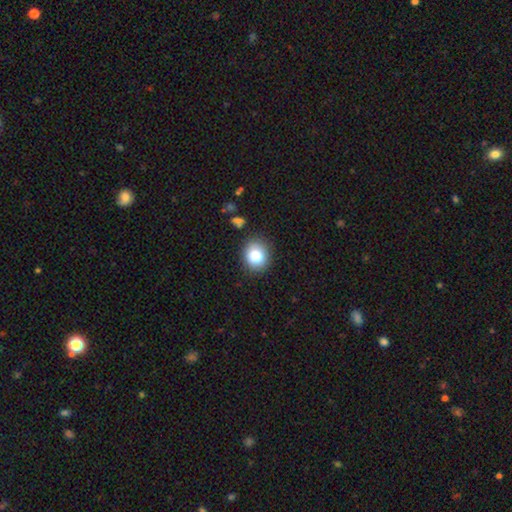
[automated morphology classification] Smooth or featured?
  - smooth: 84% *
  - star or artifact: 9%
  - featured or disk: 6%
How rounded?
  - round: 71% *
  - in between: 28%
  - cigar-shaped: 1%
Merging?
  - none: 86% *
  - minor disturbance: 10%
  - major disturbance: 3%
  - merger: 2%